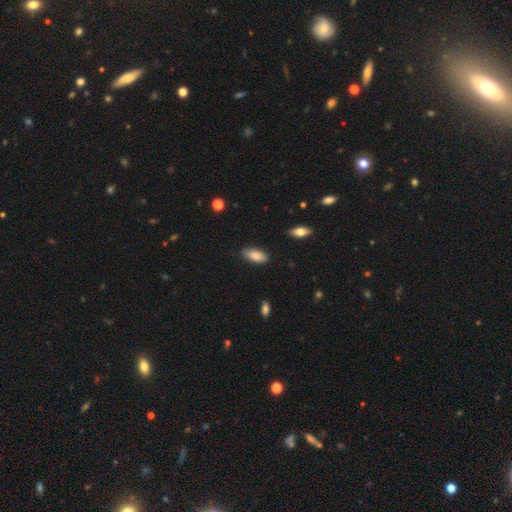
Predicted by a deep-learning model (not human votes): smooth 85%, featured or disk 9%, star or artifact 6%. Down the decision tree: how rounded — in between (89%); merging — none (82%).